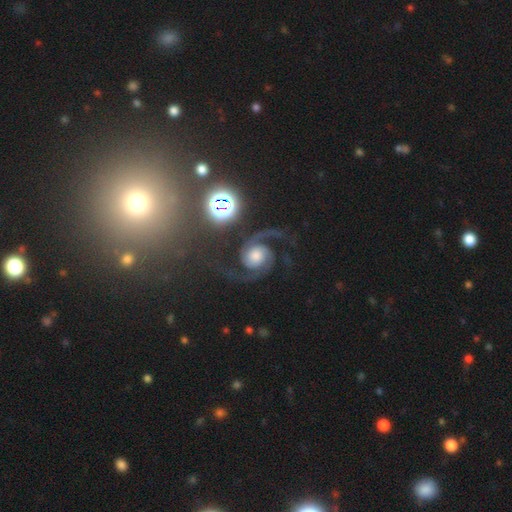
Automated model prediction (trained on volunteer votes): Smooth or featured? featured or disk (87%)
Edge-on disk? no (98%)
Bar? no (75%)
Spiral arms? yes (98%)
Spiral winding? medium (51%)
Spiral arm count? 2 (87%)
Bulge size? large (35%)
Merging? none (68%)